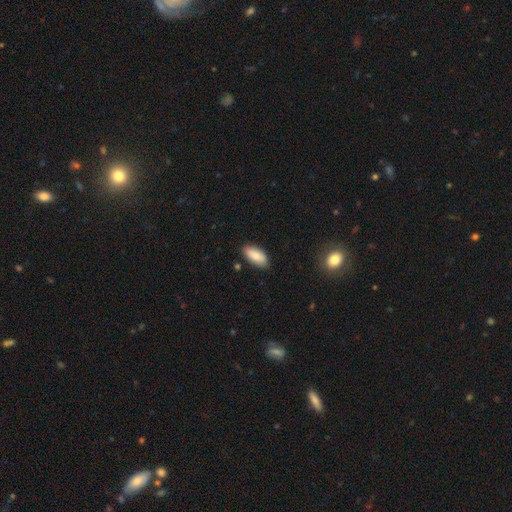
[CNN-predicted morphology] Smooth or featured? smooth (81%)
How rounded? in between (89%)
Merging? none (84%)